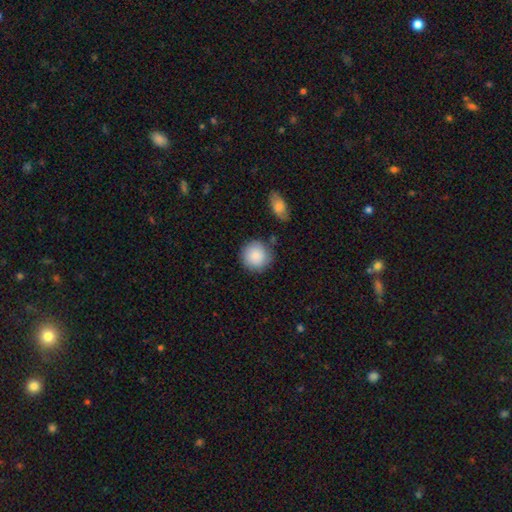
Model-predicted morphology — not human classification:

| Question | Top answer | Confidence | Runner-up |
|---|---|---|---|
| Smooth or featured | smooth | 87% | star or artifact (7%) |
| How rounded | round | 92% | in between (7%) |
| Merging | none | 81% | minor disturbance (12%) |